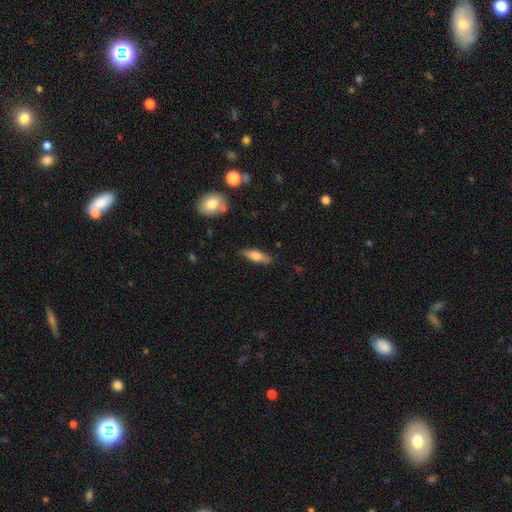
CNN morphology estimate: This is likely a smooth galaxy (62%). How rounded: possibly in between (51%). Merging: clearly none (81%).